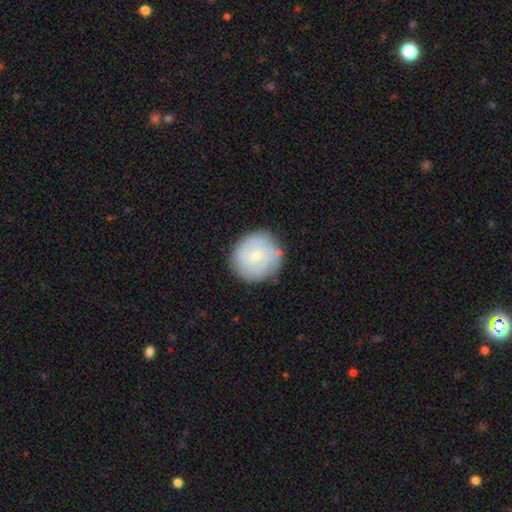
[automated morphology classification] smooth_or_featured: smooth (p=0.60) [alt: featured or disk p=0.33]
how_rounded: round (p=0.90) [alt: in between p=0.09]
merging: none (p=0.80) [alt: minor disturbance p=0.14]